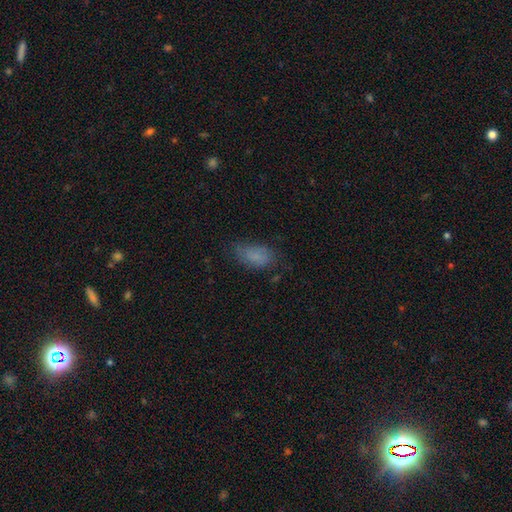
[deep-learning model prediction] Overall: smooth (75%). How rounded: in between (91%). Merging: none (57%; minor disturbance 27%).